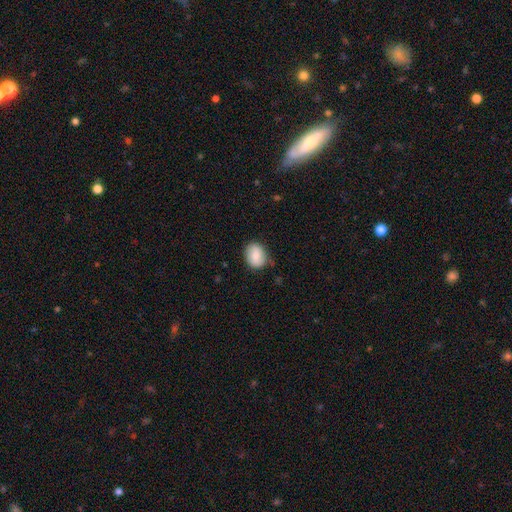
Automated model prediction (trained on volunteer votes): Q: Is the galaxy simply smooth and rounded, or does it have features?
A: smooth — 79%.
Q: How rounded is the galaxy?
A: in between — 56%.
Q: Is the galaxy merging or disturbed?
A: none — 76%.